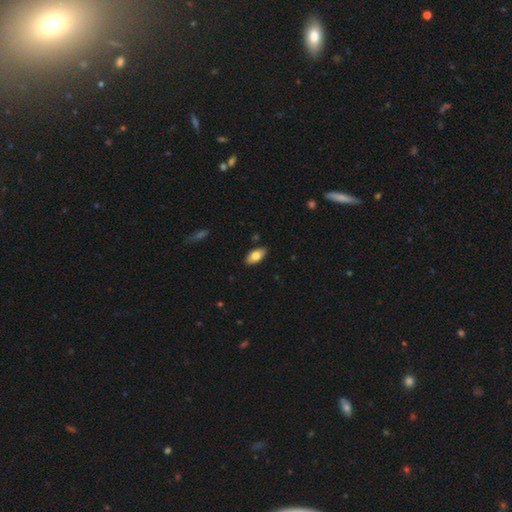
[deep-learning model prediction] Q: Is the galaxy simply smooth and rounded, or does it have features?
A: smooth — 78%.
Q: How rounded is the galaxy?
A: in between — 92%.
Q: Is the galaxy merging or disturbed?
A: none — 88%.